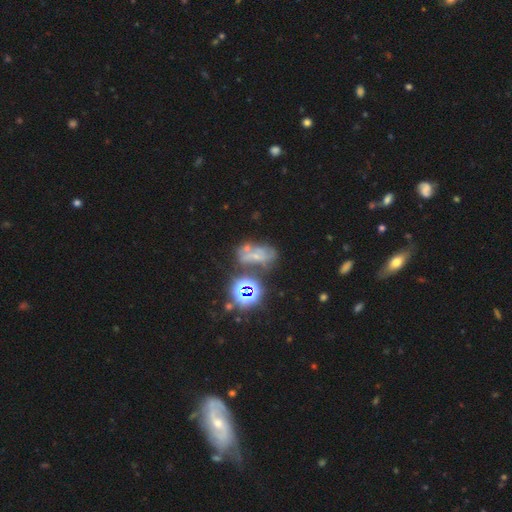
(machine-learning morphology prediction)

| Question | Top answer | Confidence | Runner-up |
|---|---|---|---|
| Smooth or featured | star or artifact | 35% | featured or disk (34%) |